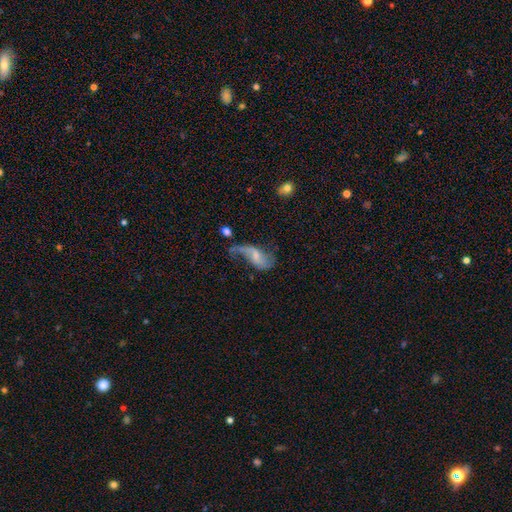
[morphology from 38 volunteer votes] This appears to be a featured or disk galaxy (66%) with a weak bar (62%), 2 (82%) loose (77%) spiral arms (92%) and a small central bulge (54%). Merging: none (37%).